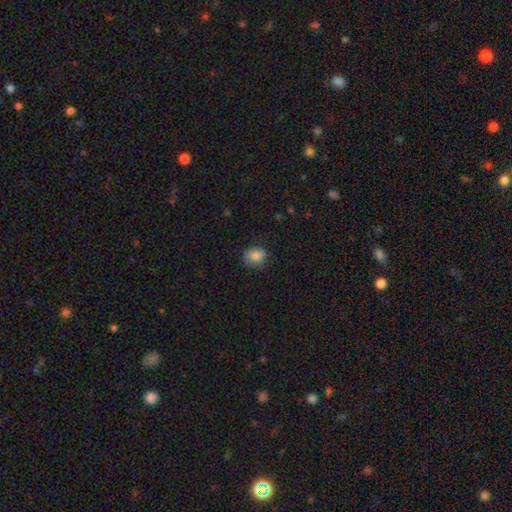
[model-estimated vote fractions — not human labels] Q: Smooth or featured?
A: smooth (85%); runner-up: star or artifact (9%)
Q: How rounded?
A: round (52%); runner-up: in between (47%)
Q: Merging?
A: none (72%); runner-up: minor disturbance (22%)